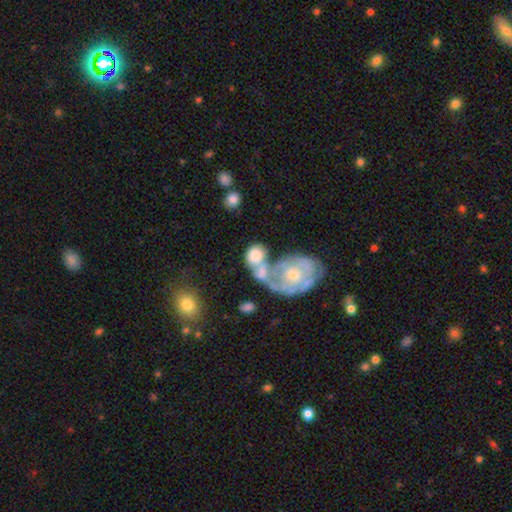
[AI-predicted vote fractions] Smooth or featured? smooth (53%)
How rounded? round (49%, tied with in between)
Merging? merger (59%)